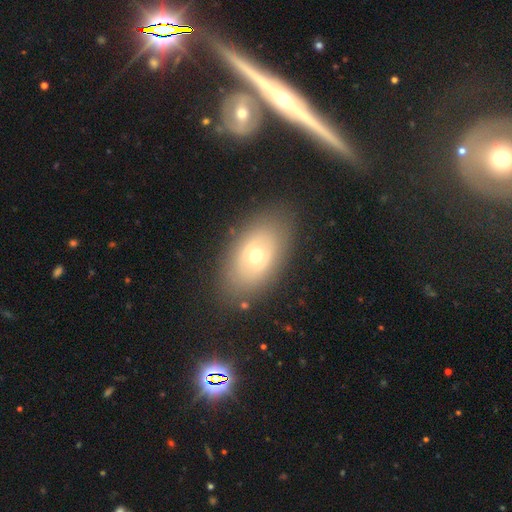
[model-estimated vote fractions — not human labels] Smooth or featured? smooth (45%, tied with featured or disk)
Merging? none (81%)